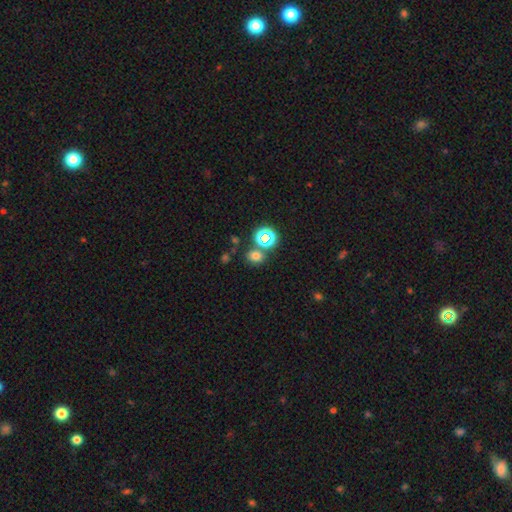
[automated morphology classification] Overall: smooth (67%). How rounded: round (65%; in between 34%). Merging: none (71%).